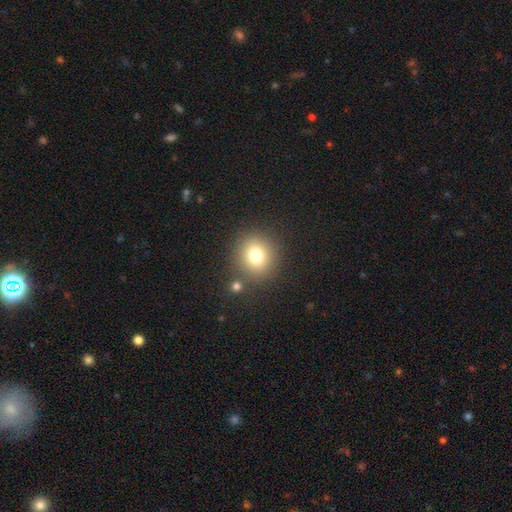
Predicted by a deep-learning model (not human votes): smooth 76%, star or artifact 14%, featured or disk 10%. Down the decision tree: how rounded — round (84%); merging — none (82%).